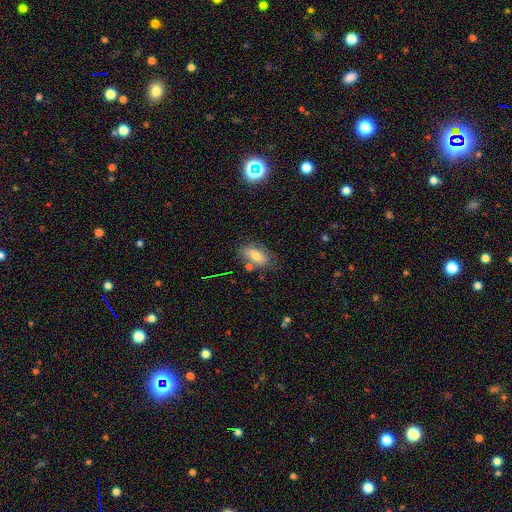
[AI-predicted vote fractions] The model was most divided on "merging": none: 67%, minor disturbance: 19%, merger: 8%, major disturbance: 6%. More confident: how rounded — in between (89%); smooth or featured — smooth (71%).